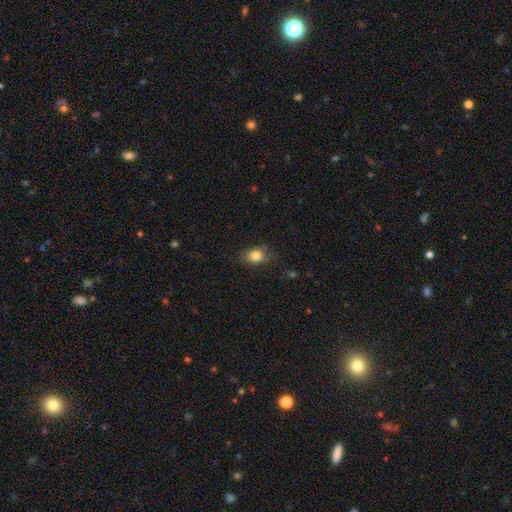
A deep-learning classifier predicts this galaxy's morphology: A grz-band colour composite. It shows a smooth galaxy with no disk features (83%) that is in between round and cigar-shaped (68%). Merging: none (75%).